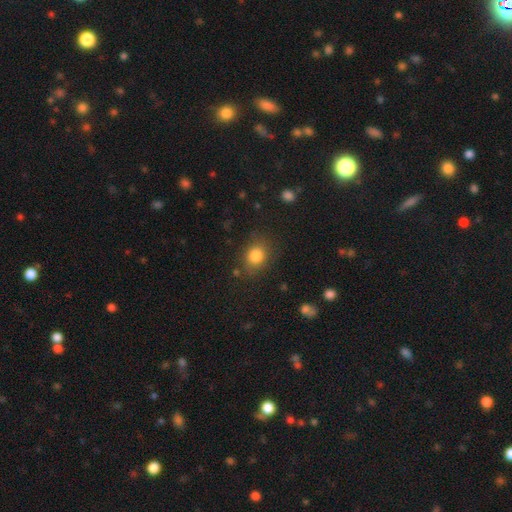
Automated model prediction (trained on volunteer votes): A smooth galaxy with no disk features (83%) that is round (55%).

Vote fractions:
- Smooth or featured? smooth: 83% / star or artifact: 10% / featured or disk: 7%
- How rounded? round: 55% / in between: 44% / cigar-shaped: 1%
- Merging? none: 79% / minor disturbance: 14% / major disturbance: 5% / merger: 2%